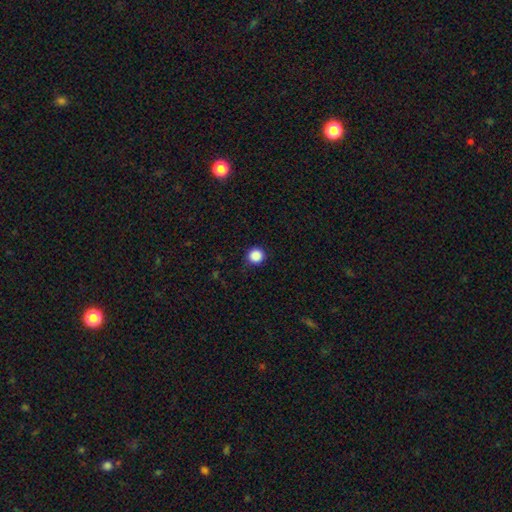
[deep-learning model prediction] smooth 88%, star or artifact 10%, featured or disk 2%. Down the decision tree: how rounded — round (96%); merging — none (91%).